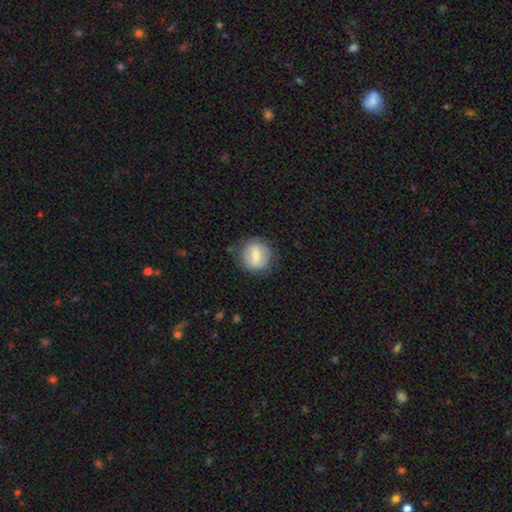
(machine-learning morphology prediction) The model was most divided on "smooth or featured": smooth: 69%, featured or disk: 23%, star or artifact: 7%. More confident: merging — none (79%); how rounded — round (74%).